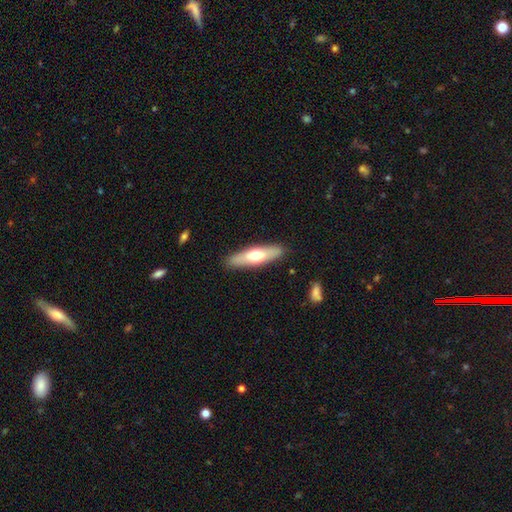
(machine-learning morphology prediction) This appears to be a smooth galaxy with no disk features (54%) that is cigar-shaped (62%). Merging: none (89%).